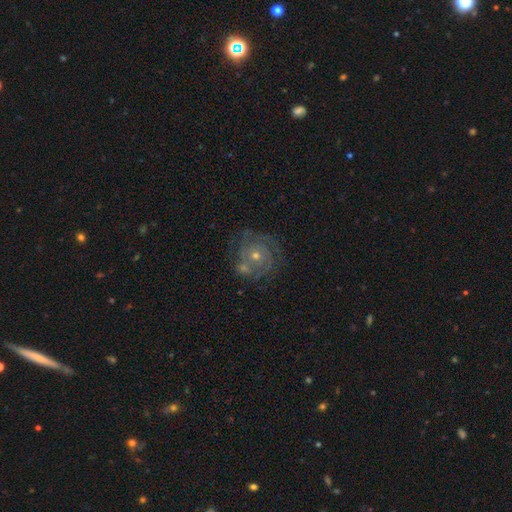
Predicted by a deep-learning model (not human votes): A featured or disk galaxy (75%) with no bar (82%), tight (69%) spiral arms (90%) and a small central bulge (51%).

Vote fractions:
- Smooth or featured? featured or disk: 75% / smooth: 14% / star or artifact: 11%
- Edge-on disk? no: 98% / yes: 2%
- Bar? no: 82% / weak: 15% / strong: 3%
- Spiral arms? yes: 90% / no: 10%
- Spiral winding? tight: 69% / medium: 25% / loose: 6%
- Spiral arm count? can't tell: 33% / 2: 25% / 3: 24% / 4: 8% / 1: 6% / more than 4: 5%
- Bulge size? small: 51% / moderate: 44% / large: 2% / none: 1% / dominant: 1%
- Merging? none: 66% / minor disturbance: 15% / merger: 12% / major disturbance: 7%